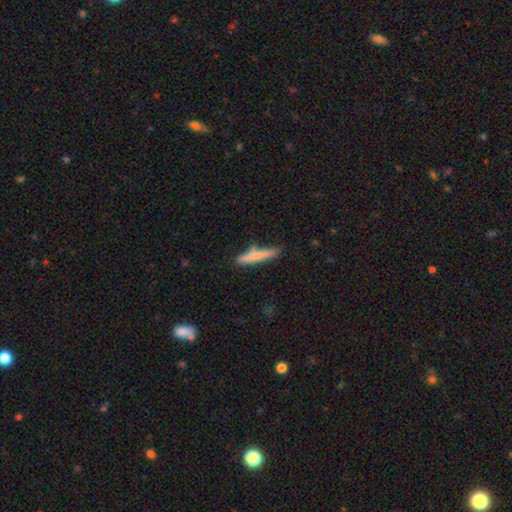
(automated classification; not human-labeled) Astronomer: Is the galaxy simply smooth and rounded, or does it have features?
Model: smooth — 69%.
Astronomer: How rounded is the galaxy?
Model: cigar-shaped — 92%.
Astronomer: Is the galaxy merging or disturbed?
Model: none — 79%.